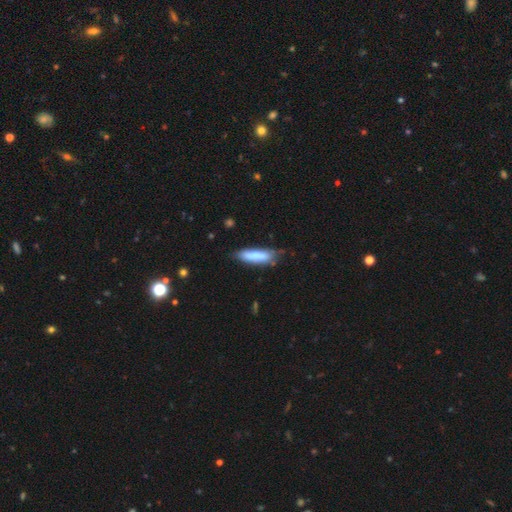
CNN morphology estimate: smooth 77%, featured or disk 17%, star or artifact 6%. Down the decision tree: how rounded — cigar-shaped (64%); merging — none (66%).